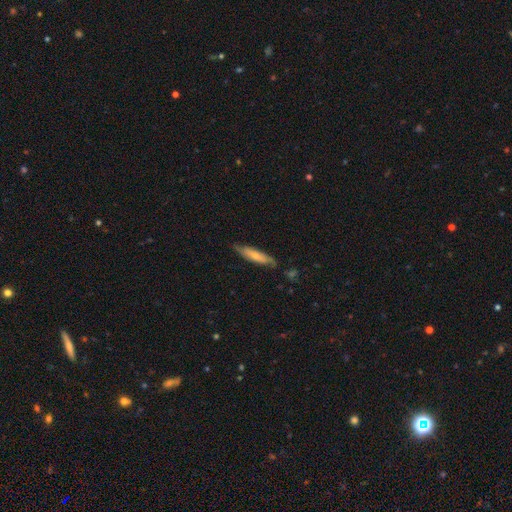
Volunteers were most divided on "smooth or featured": smooth: 62%, featured or disk: 35%, star or artifact: 2%. More confident: how rounded — cigar-shaped (76%); merging — none (74%).